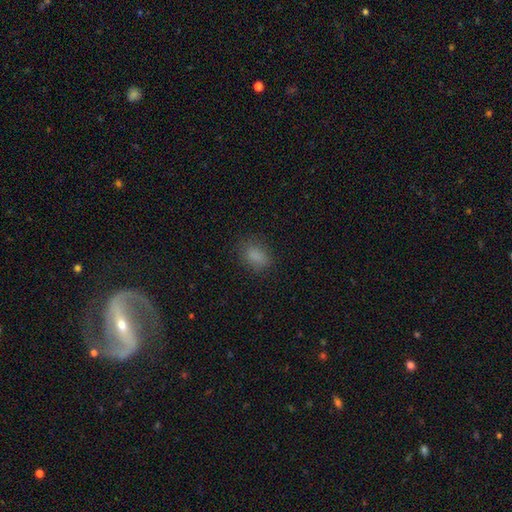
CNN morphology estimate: A smooth galaxy with no disk features (84%) that is in between round and cigar-shaped (79%). Merging: none (79%).